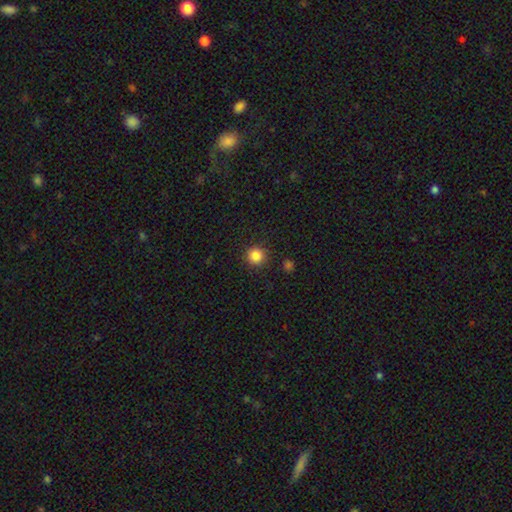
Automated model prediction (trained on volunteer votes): Morphology: type=smooth (85%); roundness=round (95%); merging=none (90%).